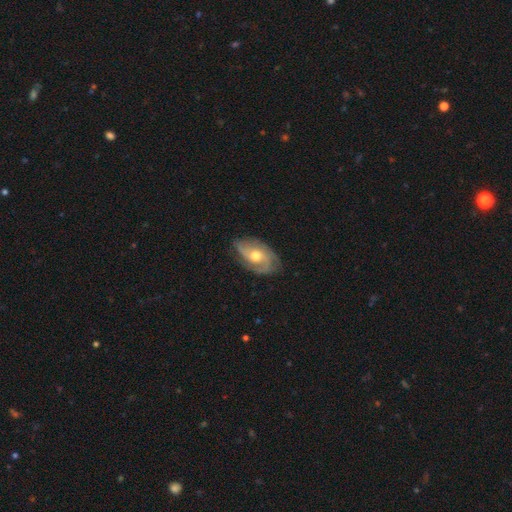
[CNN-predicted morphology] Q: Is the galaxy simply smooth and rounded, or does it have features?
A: featured or disk — 81%.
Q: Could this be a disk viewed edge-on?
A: no — 95%.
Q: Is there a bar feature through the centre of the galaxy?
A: no — 71%.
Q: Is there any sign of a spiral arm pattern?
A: yes — 94%.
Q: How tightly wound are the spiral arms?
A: tight — 42%.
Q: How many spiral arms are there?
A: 3 — 37%.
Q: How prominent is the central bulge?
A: moderate — 75%.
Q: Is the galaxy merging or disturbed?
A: none — 70%.